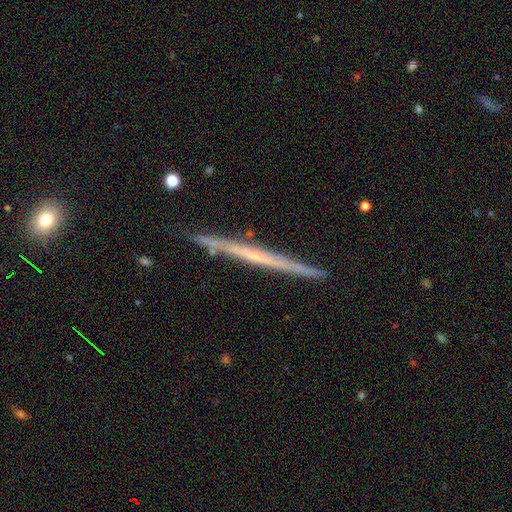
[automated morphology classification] Overall: featured or disk (72%). Edge-on disk: yes (98%). Edge-on bulge: none (73%). Merging: none (88%).